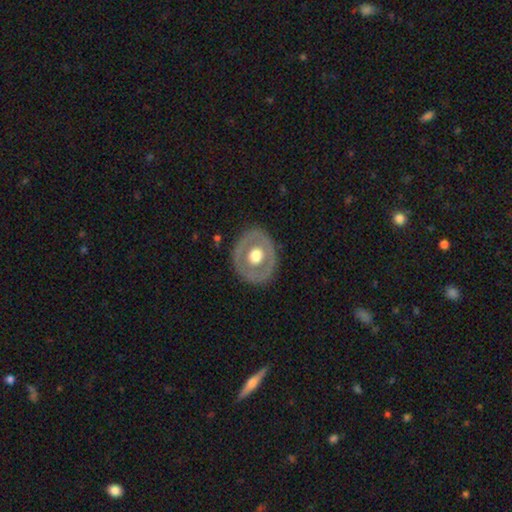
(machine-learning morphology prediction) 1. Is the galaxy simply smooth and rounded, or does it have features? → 53% featured or disk, 42% smooth, 5% star or artifact.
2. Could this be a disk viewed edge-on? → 93% no, 7% yes.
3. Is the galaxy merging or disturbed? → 82% none, 12% minor disturbance, 5% major disturbance, 1% merger.